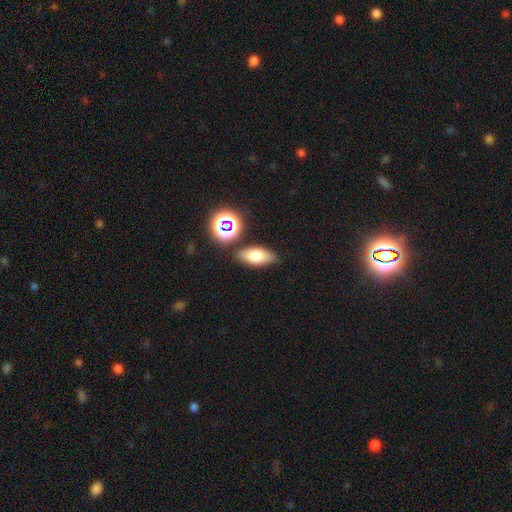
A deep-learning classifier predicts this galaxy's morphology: This is likely a smooth galaxy (73%). How rounded: clearly in between (83%). Merging: likely none (80%).